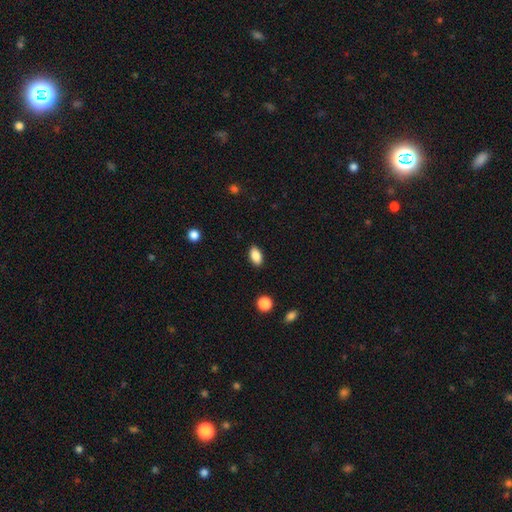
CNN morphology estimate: Overall: smooth (87%). How rounded: in between (91%). Merging: none (89%).